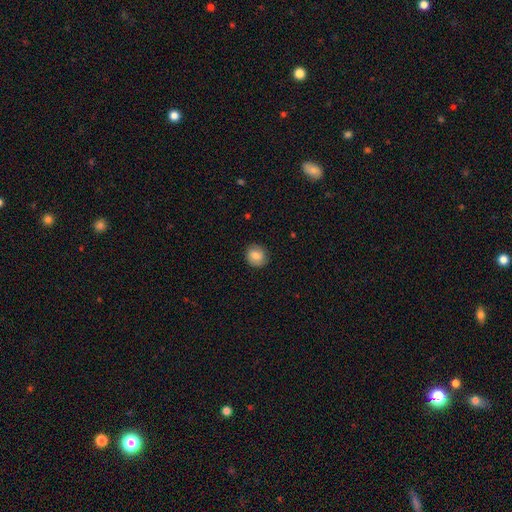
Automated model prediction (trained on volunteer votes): smooth 79%, featured or disk 13%, star or artifact 9%. Down the decision tree: how rounded — round (81%); merging — none (86%).